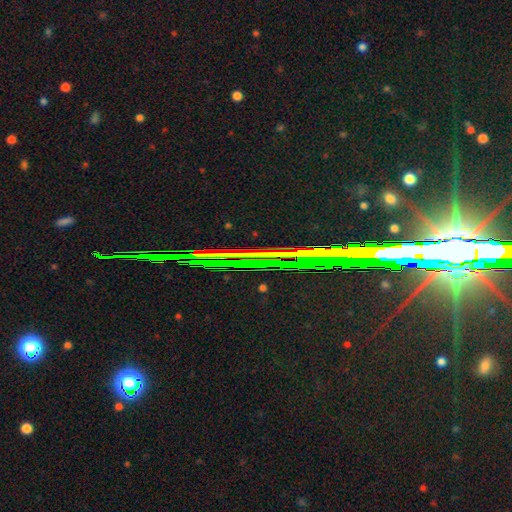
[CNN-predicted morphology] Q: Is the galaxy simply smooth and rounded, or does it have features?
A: star or artifact — 81%.